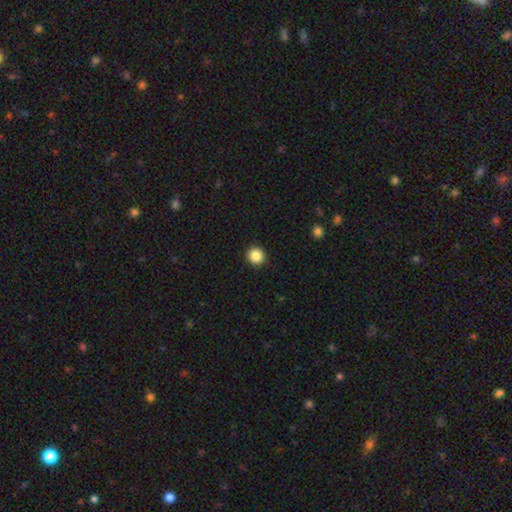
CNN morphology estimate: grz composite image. It shows a smooth galaxy with no disk features (87%) that is round (91%). Merging: none (91%).